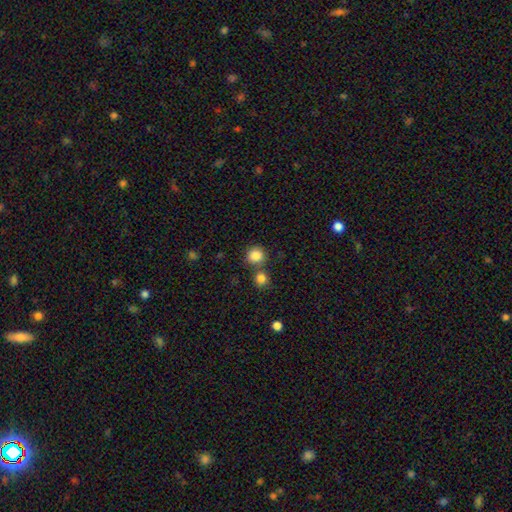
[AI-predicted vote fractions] smooth 85%, star or artifact 10%, featured or disk 5%. Down the decision tree: how rounded — round (86%); merging — none (67%).